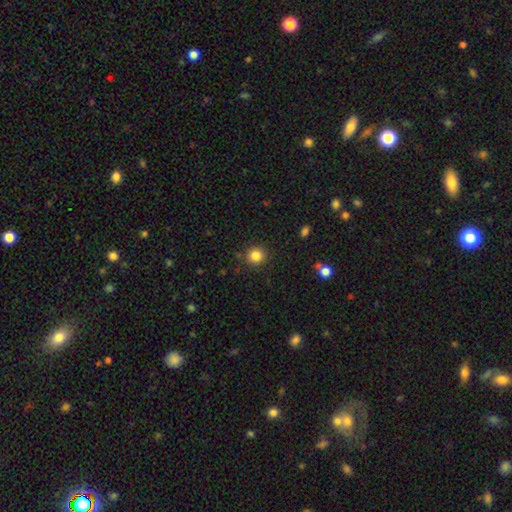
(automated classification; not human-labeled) Smooth or featured: smooth — 84% (star or artifact — 11%)
How rounded: round — 91% (in between — 8%)
Merging: none — 88% (minor disturbance — 8%)